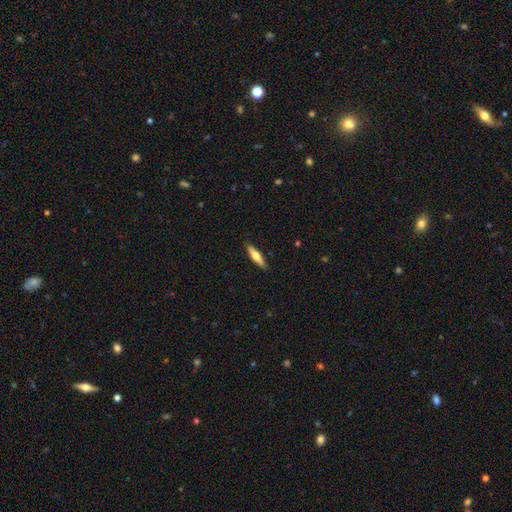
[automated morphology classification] This is possibly a smooth galaxy (52%). How rounded: likely cigar-shaped (77%). Merging: clearly none (89%).